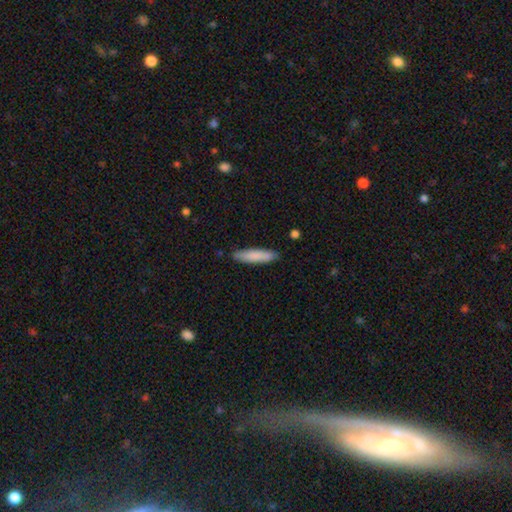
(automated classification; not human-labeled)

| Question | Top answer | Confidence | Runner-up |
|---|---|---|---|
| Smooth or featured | smooth | 82% | featured or disk (12%) |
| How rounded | cigar-shaped | 80% | in between (18%) |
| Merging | none | 86% | minor disturbance (11%) |